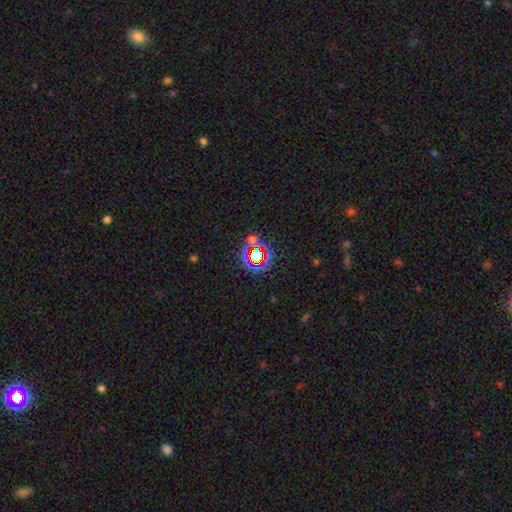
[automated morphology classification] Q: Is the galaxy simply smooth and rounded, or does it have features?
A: star or artifact — 66%.